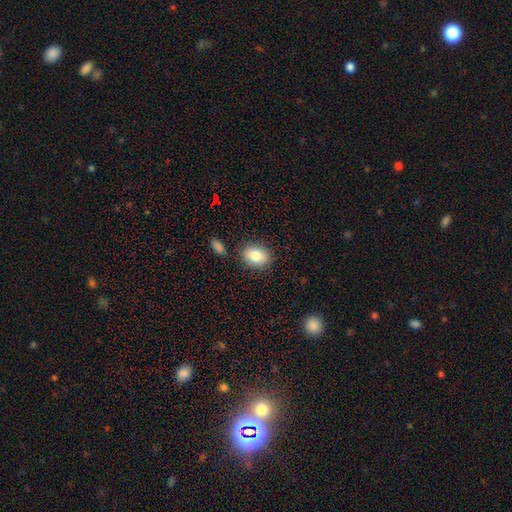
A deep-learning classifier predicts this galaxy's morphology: A smooth galaxy with no disk features (82%) that is in between round and cigar-shaped (65%).

Vote fractions:
- Smooth or featured? smooth: 82% / featured or disk: 10% / star or artifact: 8%
- How rounded? in between: 65% / round: 33% / cigar-shaped: 1%
- Merging? none: 82% / minor disturbance: 11% / merger: 4% / major disturbance: 3%